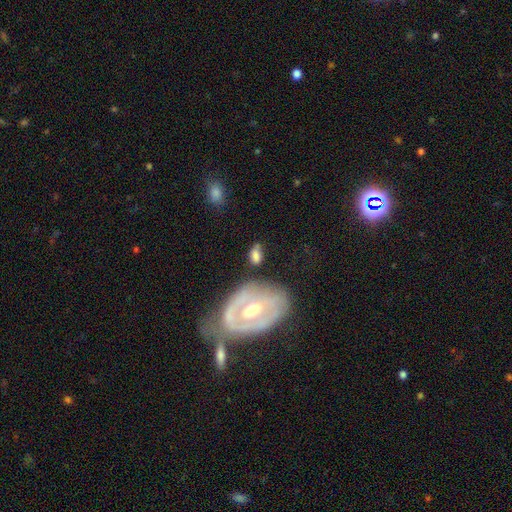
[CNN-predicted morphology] A smooth galaxy with no disk features (65%) that is in between round and cigar-shaped (84%).

Vote fractions:
- Smooth or featured? smooth: 65% / featured or disk: 27% / star or artifact: 8%
- How rounded? in between: 84% / round: 12% / cigar-shaped: 4%
- Merging? none: 55% / minor disturbance: 22% / merger: 11% / major disturbance: 11%